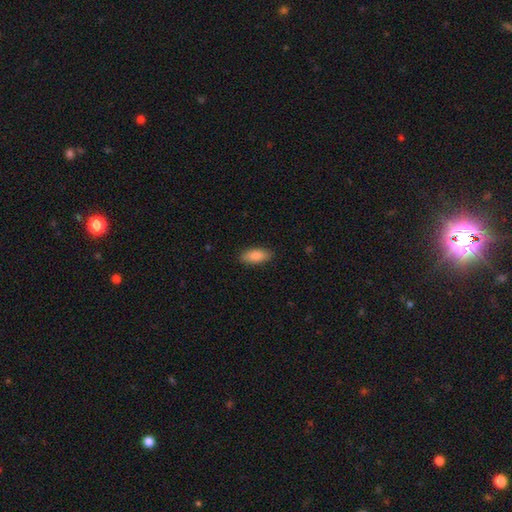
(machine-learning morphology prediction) A smooth galaxy with no disk features (87%) that is in between round and cigar-shaped (86%). Merging: none (86%).